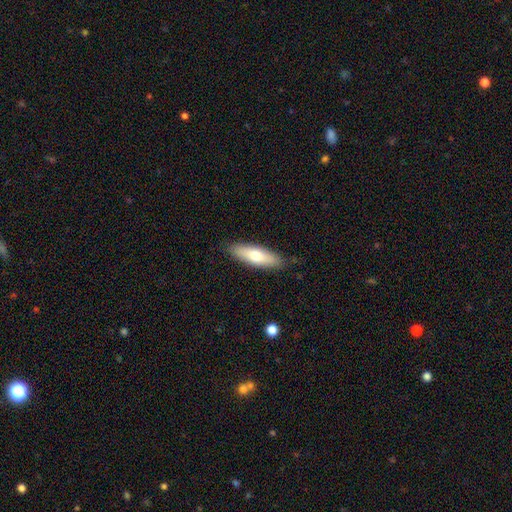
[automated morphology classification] Smooth or featured? smooth (68%)
How rounded? cigar-shaped (51%)
Merging? none (86%)